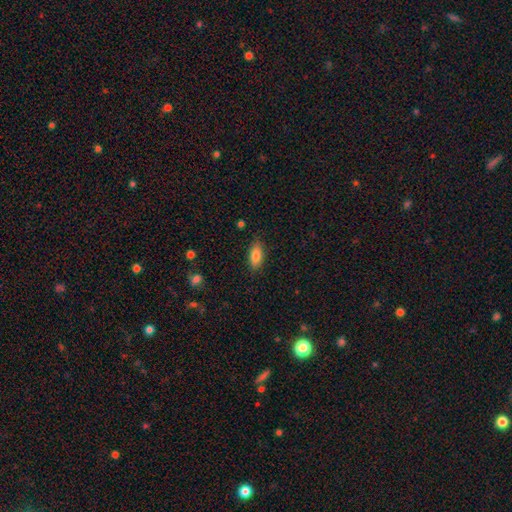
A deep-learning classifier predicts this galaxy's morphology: Smooth or featured? Predicted: smooth (p=0.83). How rounded? Predicted: in between (p=0.83). Merging? Predicted: none (p=0.84).